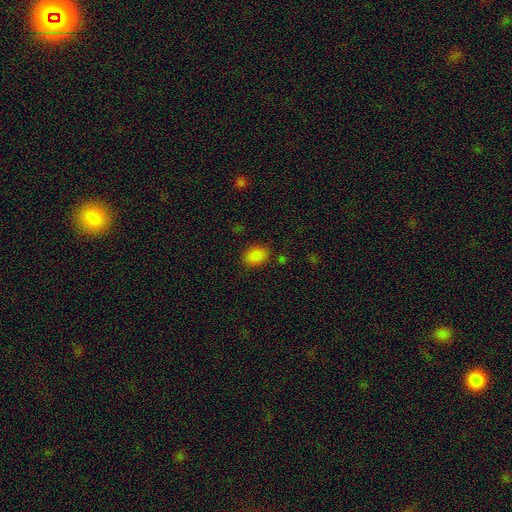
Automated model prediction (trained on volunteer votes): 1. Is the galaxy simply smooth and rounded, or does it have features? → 86% smooth, 11% star or artifact, 3% featured or disk.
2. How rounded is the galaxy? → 82% in between, 17% round, 1% cigar-shaped.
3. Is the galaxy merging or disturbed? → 83% none, 11% minor disturbance, 3% major disturbance, 3% merger.